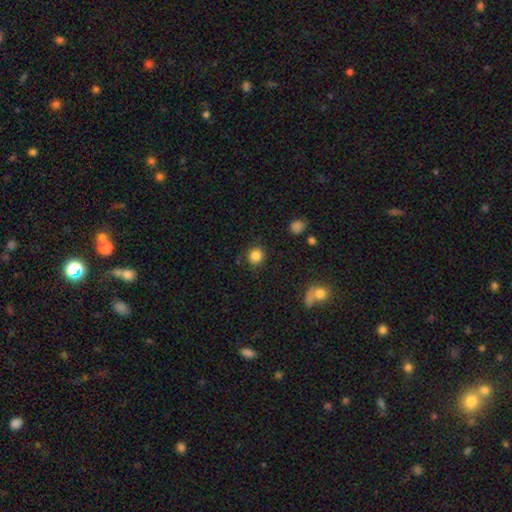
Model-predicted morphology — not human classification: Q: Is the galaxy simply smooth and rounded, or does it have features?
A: smooth — 85%.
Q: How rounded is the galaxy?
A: round — 91%.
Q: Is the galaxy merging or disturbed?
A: none — 87%.